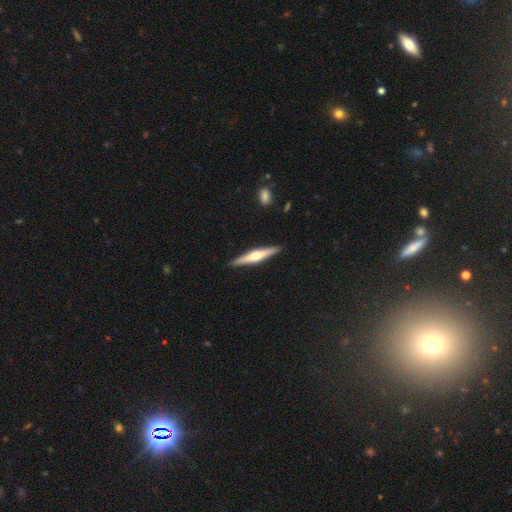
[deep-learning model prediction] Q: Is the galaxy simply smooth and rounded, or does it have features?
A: featured or disk — 64%.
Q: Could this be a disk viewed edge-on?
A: yes — 97%.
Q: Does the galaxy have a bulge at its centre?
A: rounded — 92%.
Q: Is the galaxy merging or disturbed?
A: none — 91%.